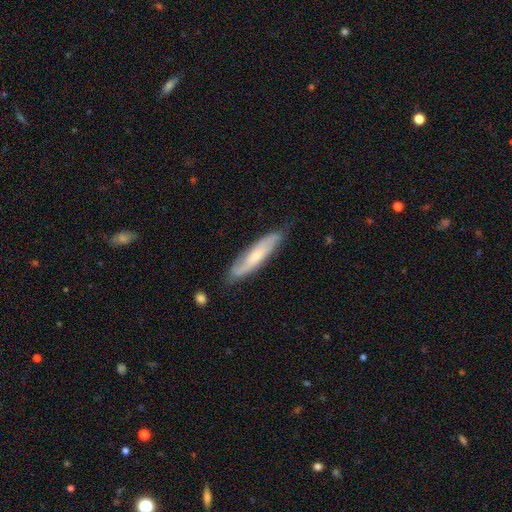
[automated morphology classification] The model was most divided on "smooth or featured": featured or disk: 57%, smooth: 37%, star or artifact: 6%. More confident: merging — none (73%); edge-on disk — no (61%).